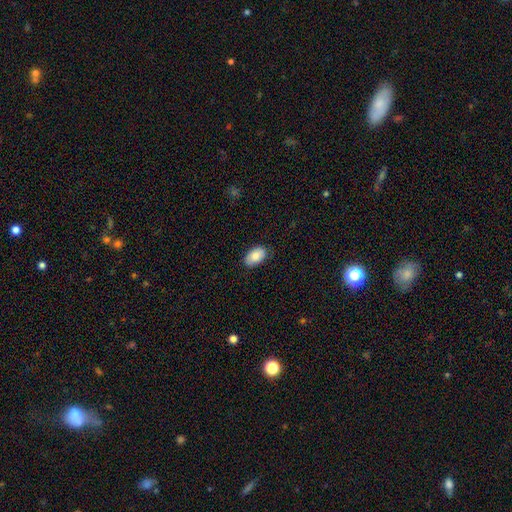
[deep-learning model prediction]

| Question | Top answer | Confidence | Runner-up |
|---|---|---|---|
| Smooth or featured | smooth | 87% | featured or disk (7%) |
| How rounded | in between | 93% | round (6%) |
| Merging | none | 83% | minor disturbance (14%) |